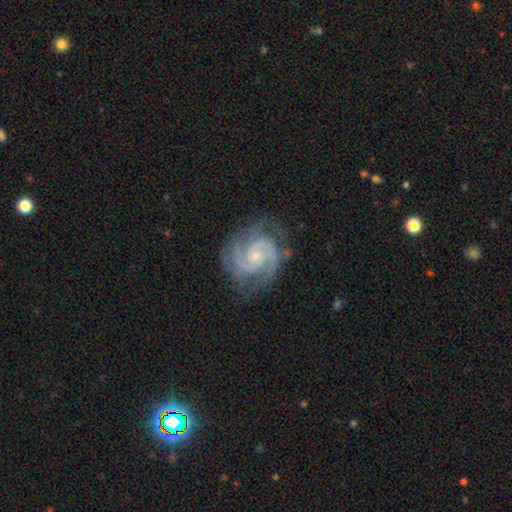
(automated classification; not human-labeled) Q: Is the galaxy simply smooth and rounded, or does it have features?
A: featured or disk — 92%.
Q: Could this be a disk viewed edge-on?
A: no — 98%.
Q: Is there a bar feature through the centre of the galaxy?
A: no — 65%.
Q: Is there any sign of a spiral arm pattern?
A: yes — 99%.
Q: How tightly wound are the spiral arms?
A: tight — 55%.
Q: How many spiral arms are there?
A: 2 — 60%.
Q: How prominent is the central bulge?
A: small — 70%.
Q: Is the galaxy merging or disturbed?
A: none — 77%.